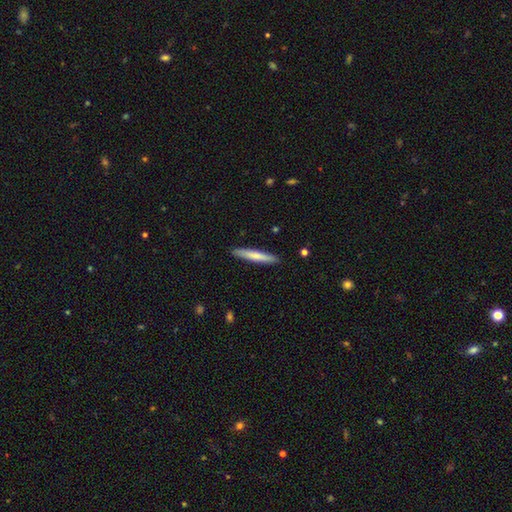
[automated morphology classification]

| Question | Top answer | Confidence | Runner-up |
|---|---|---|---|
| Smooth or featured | smooth | 71% | featured or disk (24%) |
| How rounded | cigar-shaped | 94% | in between (5%) |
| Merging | none | 90% | minor disturbance (7%) |